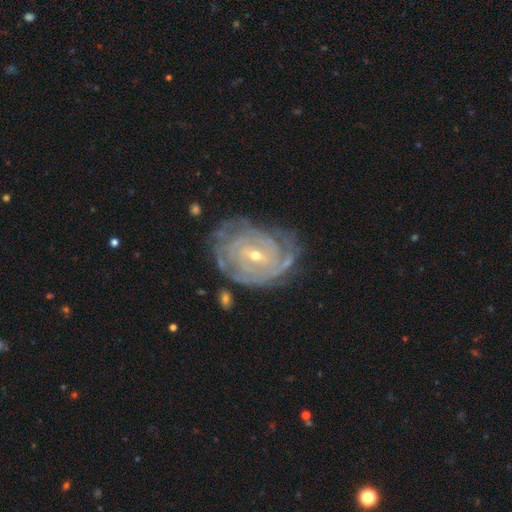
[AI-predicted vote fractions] Smooth or featured? Predicted: featured or disk (p=0.87). Edge-on disk? Predicted: no (p=0.96). Bar? Predicted: weak (p=0.50). Spiral arms? Predicted: yes (p=0.95). Spiral winding? Predicted: tight (p=0.80). Spiral arm count? Predicted: can't tell (p=0.42). Bulge size? Predicted: small (p=0.64). Merging? Predicted: none (p=0.65).